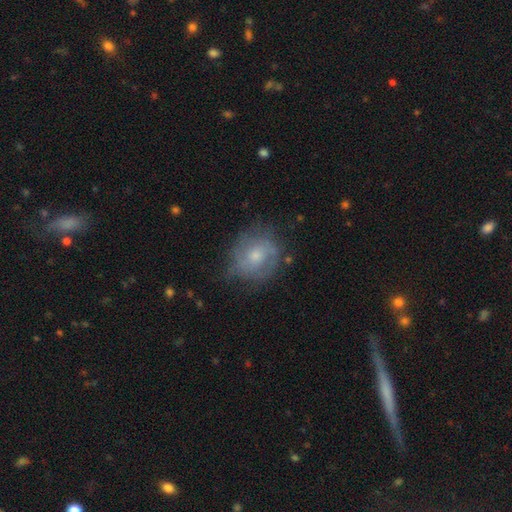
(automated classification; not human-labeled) Q: Smooth or featured?
A: featured or disk (49%); runner-up: smooth (43%)
Q: Merging?
A: none (63%); runner-up: minor disturbance (25%)